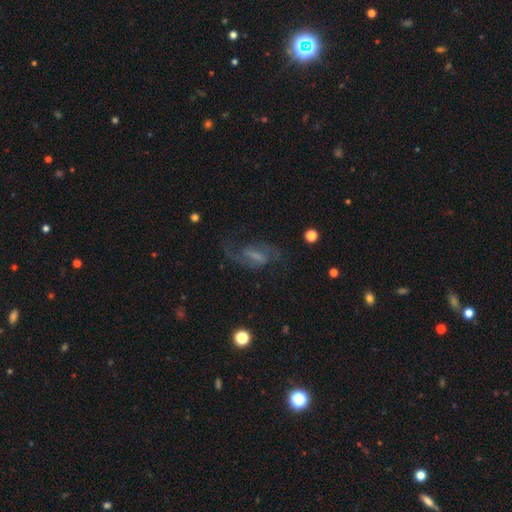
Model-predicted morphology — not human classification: type=featured or disk (79%); edge-on=no (95%); bar=weak (49%); spiral arms=yes (95%); winding=medium (51%); arm count=2 (90%); bulge=none (40%); merging=none (72%).